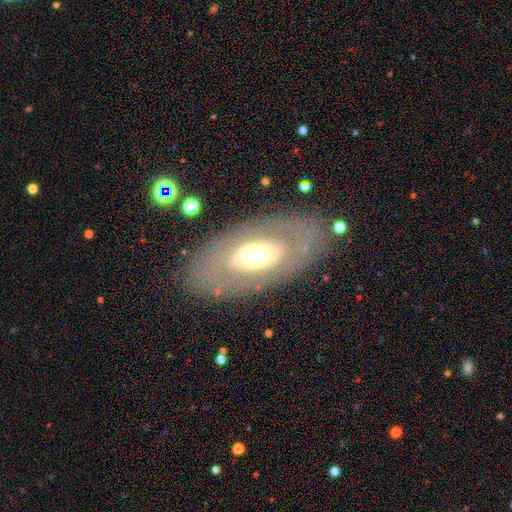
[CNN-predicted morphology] A featured or disk galaxy (54%).

Vote fractions:
- Smooth or featured? featured or disk: 54% / smooth: 38% / star or artifact: 8%
- Edge-on disk? no: 86% / yes: 14%
- Merging? none: 82% / minor disturbance: 10% / major disturbance: 7% / merger: 2%